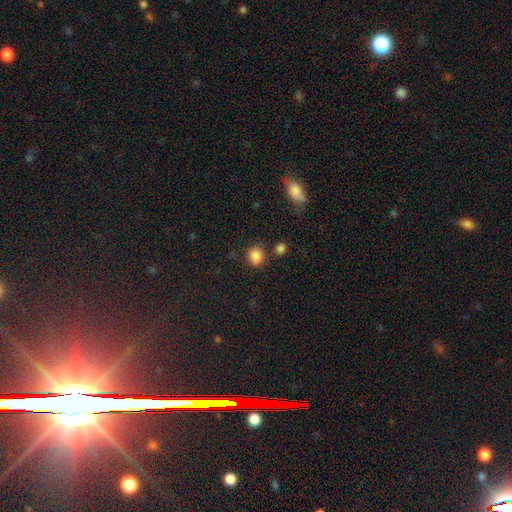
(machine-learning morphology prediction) Smooth or featured: smooth — 85% (star or artifact — 11%)
How rounded: round — 72% (in between — 27%)
Merging: none — 74% (minor disturbance — 13%)